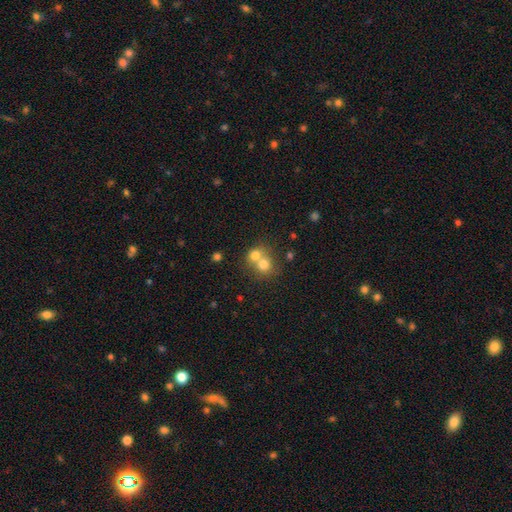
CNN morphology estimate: A smooth galaxy with no disk features (73%) that is round (76%). Merging: merger (64%).